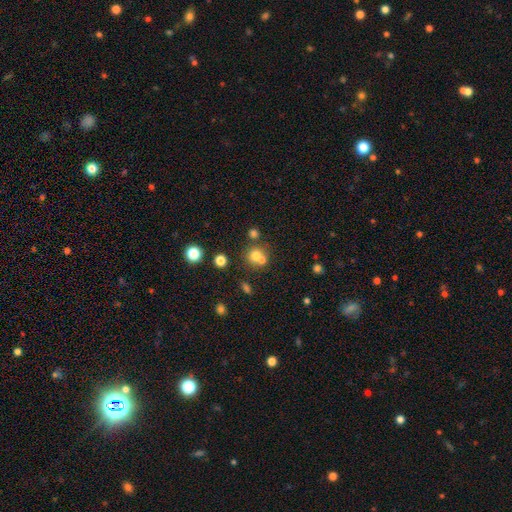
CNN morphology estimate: type=smooth (69%); roundness=round (87%); merging=none (52%).